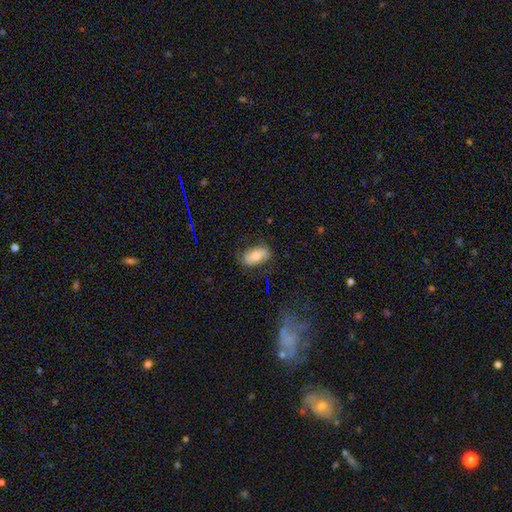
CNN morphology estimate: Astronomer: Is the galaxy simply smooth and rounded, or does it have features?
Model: smooth — 62%.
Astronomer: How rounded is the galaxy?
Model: in between — 89%.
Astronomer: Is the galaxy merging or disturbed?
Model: none — 78%.